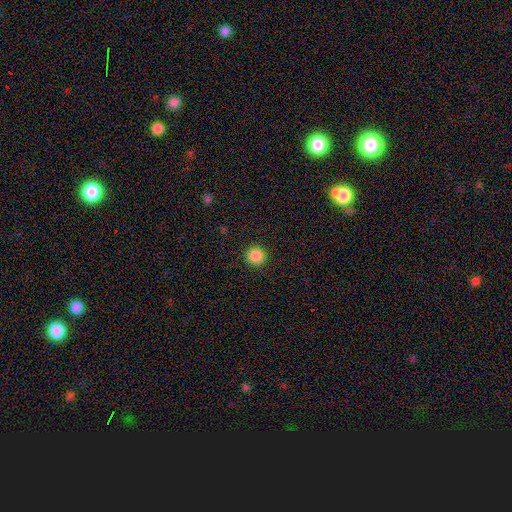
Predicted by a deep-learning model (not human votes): smooth_or_featured: smooth (p=0.87) [alt: star or artifact p=0.10]
how_rounded: round (p=0.95) [alt: in between p=0.04]
merging: none (p=0.92) [alt: minor disturbance p=0.05]